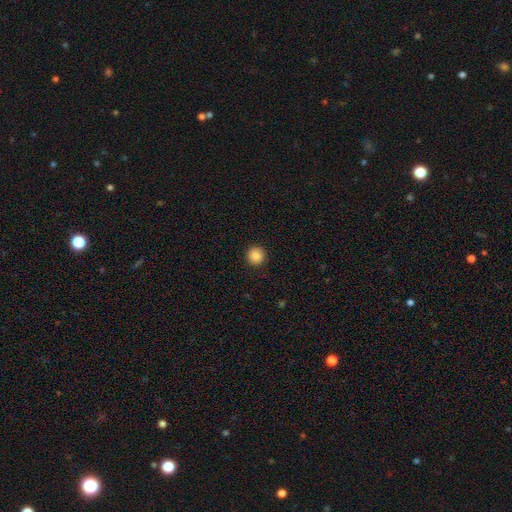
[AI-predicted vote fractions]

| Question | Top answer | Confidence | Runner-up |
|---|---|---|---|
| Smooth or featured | smooth | 86% | star or artifact (9%) |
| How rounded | round | 95% | in between (4%) |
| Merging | none | 93% | minor disturbance (4%) |